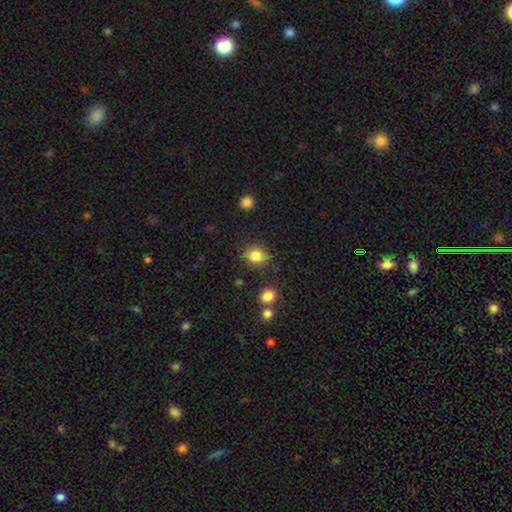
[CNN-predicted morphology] smooth-or-featured: smooth: 85% | star or artifact: 10% | featured or disk: 5%
  how-rounded: round: 74% | in between: 25% | cigar-shaped: 1%
  merging: none: 79% | minor disturbance: 13% | major disturbance: 4% | merger: 4%